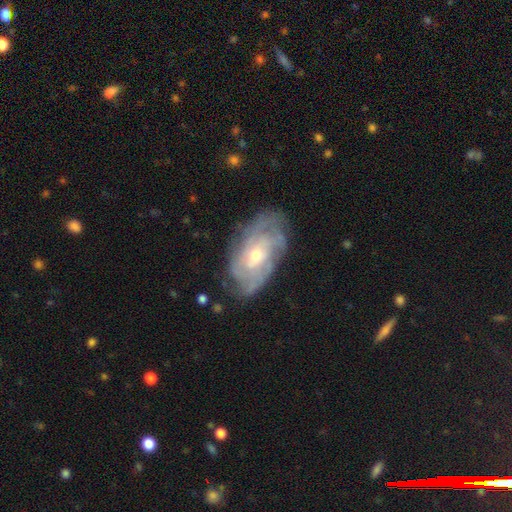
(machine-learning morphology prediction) smooth-or-featured: featured or disk: 79% | smooth: 15% | star or artifact: 6%
  disk-edge-on: no: 95% | yes: 5%
    bar: no: 67% | weak: 28% | strong: 5%
    has-spiral-arms: yes: 89% | no: 11%
      spiral-winding: tight: 62% | medium: 29% | loose: 9%
      spiral-arm-count: can't tell: 49% | 2: 15% | 3: 14% | 4: 12% | more than 4: 5% | 1: 4%
    bulge-size: moderate: 51% | small: 45% | large: 3% | none: 1% | dominant: 1%
  merging: none: 72% | minor disturbance: 19% | major disturbance: 7% | merger: 1%